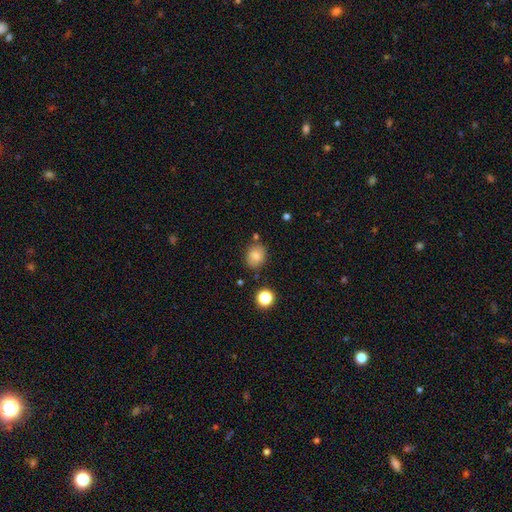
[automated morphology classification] Q: Smooth or featured?
A: smooth (80%); runner-up: star or artifact (11%)
Q: How rounded?
A: round (56%); runner-up: in between (43%)
Q: Merging?
A: none (80%); runner-up: minor disturbance (12%)